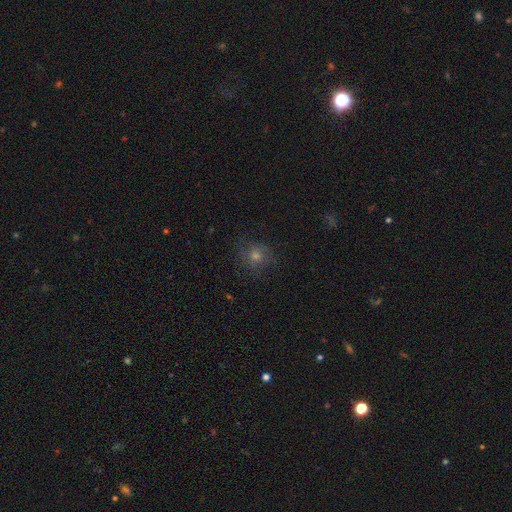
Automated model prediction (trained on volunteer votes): Smooth or featured?
  - smooth: 46% *
  - featured or disk: 27%
  - star or artifact: 27%
Merging?
  - none: 78% *
  - minor disturbance: 14%
  - major disturbance: 7%
  - merger: 1%